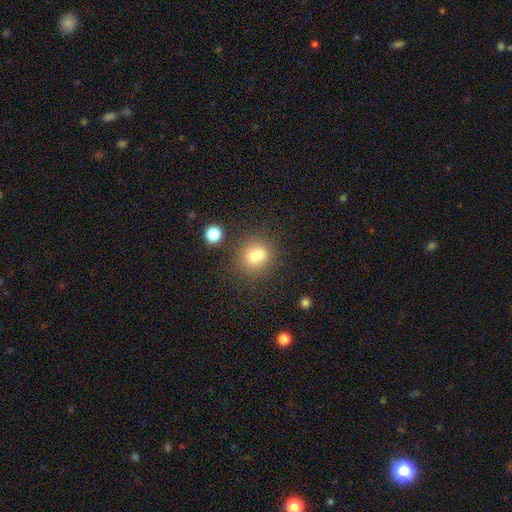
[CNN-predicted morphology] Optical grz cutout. It shows a smooth galaxy with no disk features (73%) that is round (76%). Merging: none (51%).